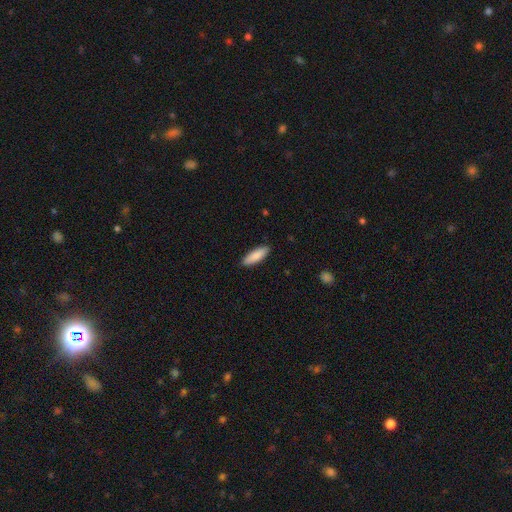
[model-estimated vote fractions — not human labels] smooth 87%, featured or disk 8%, star or artifact 5%. Down the decision tree: how rounded — in between (52%); merging — none (89%).